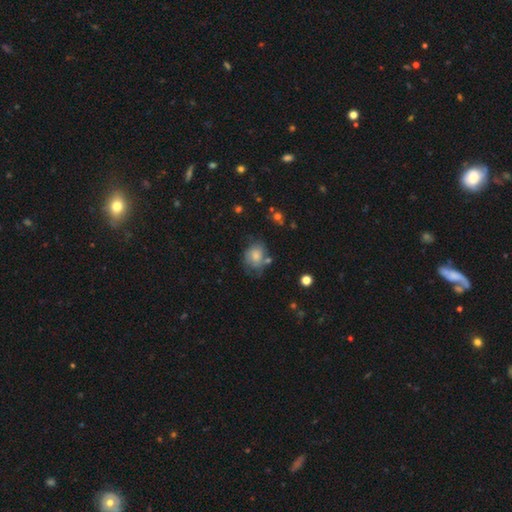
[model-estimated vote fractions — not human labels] This is likely a smooth galaxy (63%). How rounded: possibly round (52%). Merging: possibly none (48%).